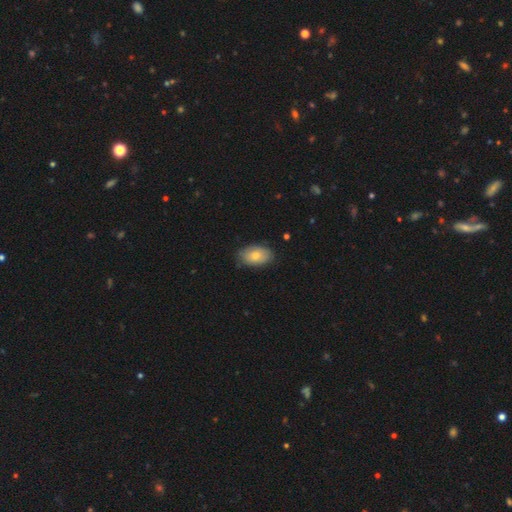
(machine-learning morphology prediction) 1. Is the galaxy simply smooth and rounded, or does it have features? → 75% smooth, 18% featured or disk, 7% star or artifact.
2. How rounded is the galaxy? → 91% in between, 8% round, 1% cigar-shaped.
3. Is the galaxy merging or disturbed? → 79% none, 17% minor disturbance, 3% major disturbance, 1% merger.